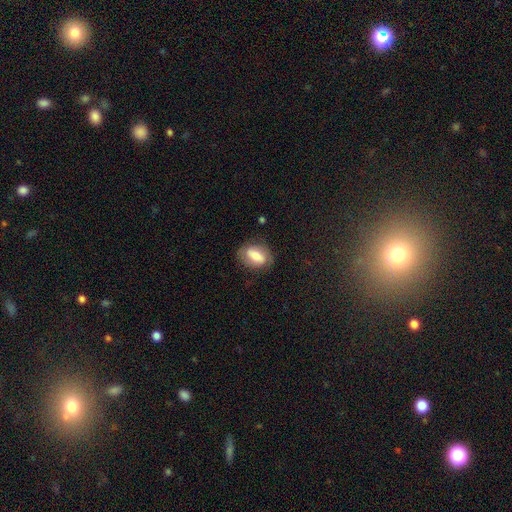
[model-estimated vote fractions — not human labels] This appears to be a smooth galaxy with no disk features (64%) that is in between round and cigar-shaped (84%). Merging: none (75%).